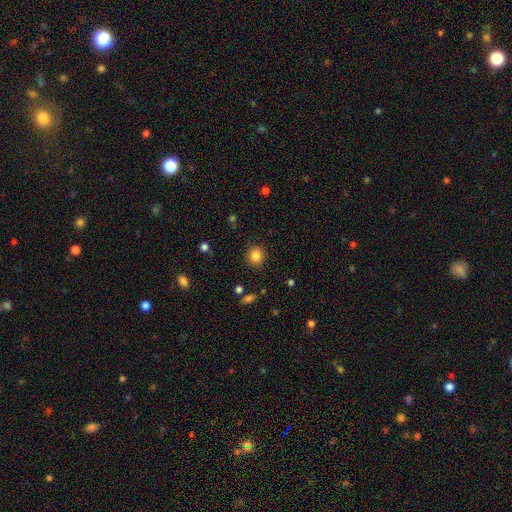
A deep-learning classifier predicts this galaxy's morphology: smooth_or_featured: smooth (p=0.84) [alt: star or artifact p=0.11]
how_rounded: round (p=0.87) [alt: in between p=0.12]
merging: none (p=0.89) [alt: minor disturbance p=0.07]